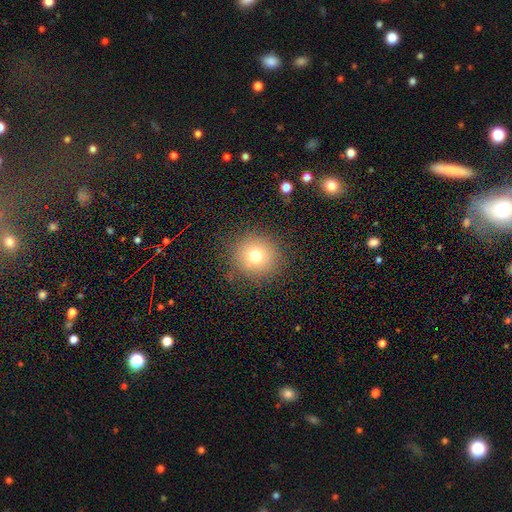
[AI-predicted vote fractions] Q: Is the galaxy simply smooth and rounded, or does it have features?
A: smooth — 74%.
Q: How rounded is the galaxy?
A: round — 92%.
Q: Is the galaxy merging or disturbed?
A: none — 86%.